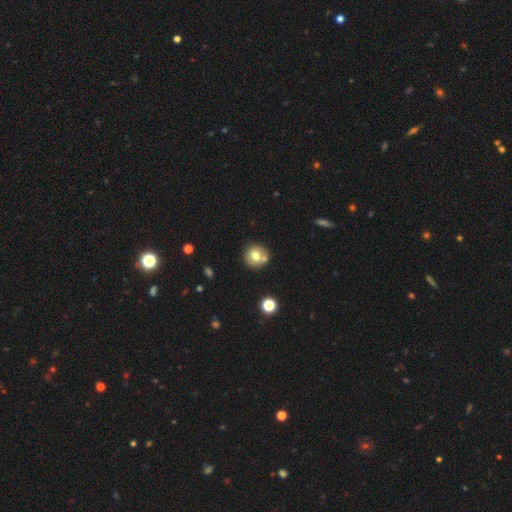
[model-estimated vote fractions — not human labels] A smooth galaxy with no disk features (73%) that is round (92%). Merging: none (69%).